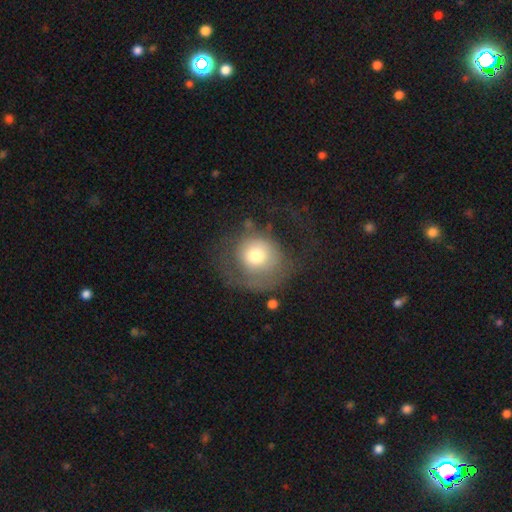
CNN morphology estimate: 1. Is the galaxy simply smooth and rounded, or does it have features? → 64% smooth, 27% featured or disk, 10% star or artifact.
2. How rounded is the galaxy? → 86% round, 13% in between, 1% cigar-shaped.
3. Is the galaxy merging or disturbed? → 40% major disturbance, 38% none, 20% minor disturbance, 3% merger.